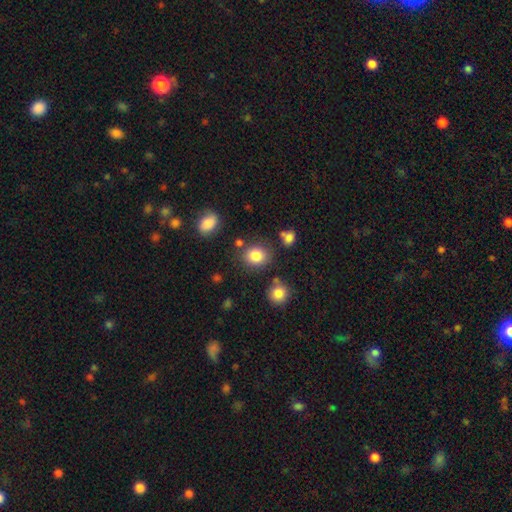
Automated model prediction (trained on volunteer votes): smooth_or_featured: smooth (p=0.82) [alt: star or artifact p=0.11]
how_rounded: round (p=0.70) [alt: in between p=0.29]
merging: none (p=0.77) [alt: minor disturbance p=0.11]